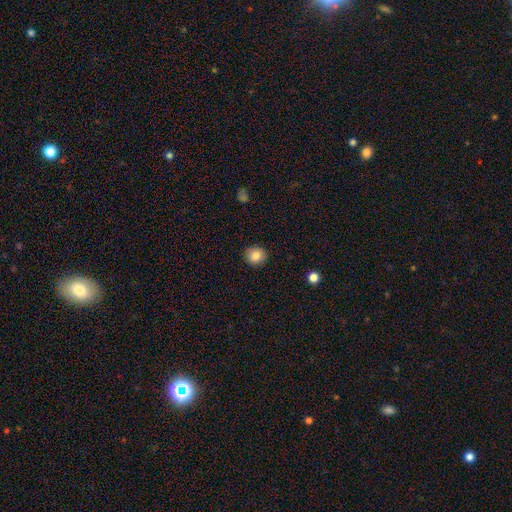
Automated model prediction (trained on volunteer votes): Smooth or featured? smooth (84%)
How rounded? round (82%)
Merging? none (89%)